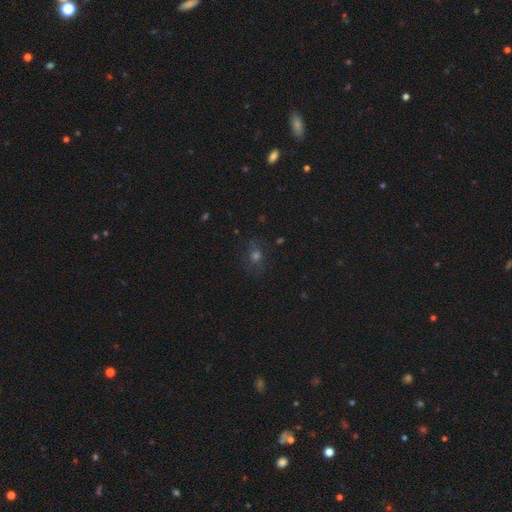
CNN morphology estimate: Smooth or featured? Predicted: smooth (p=0.46). Merging? Predicted: none (p=0.75).